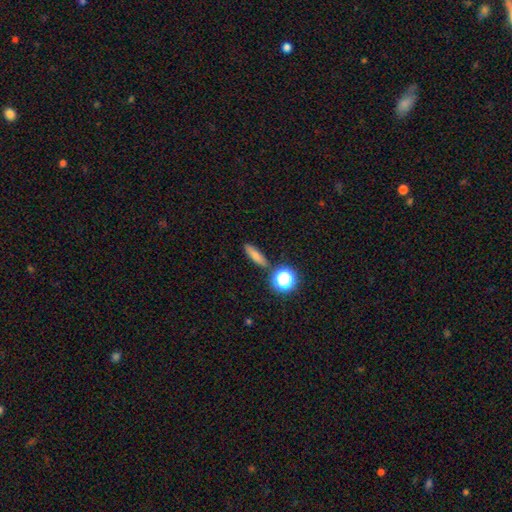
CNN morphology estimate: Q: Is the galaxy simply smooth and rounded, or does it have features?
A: smooth — 73%.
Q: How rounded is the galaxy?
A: cigar-shaped — 63%.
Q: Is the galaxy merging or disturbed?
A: none — 85%.